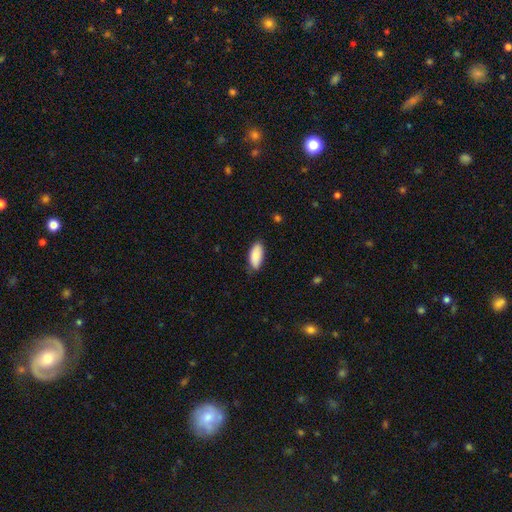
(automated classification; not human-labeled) Smooth or featured: smooth — 88% (star or artifact — 6%)
How rounded: in between — 88% (cigar-shaped — 10%)
Merging: none — 80% (minor disturbance — 17%)